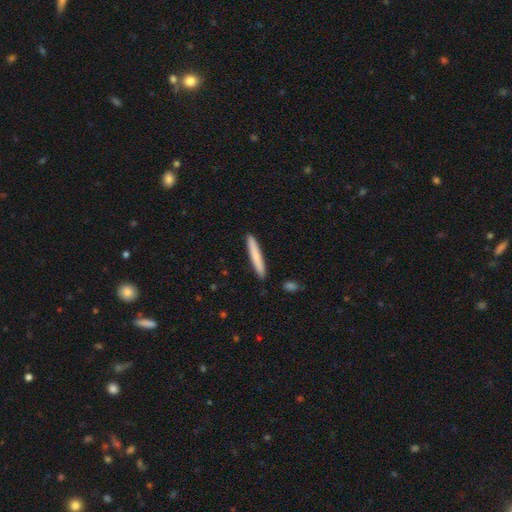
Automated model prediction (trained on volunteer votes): Morphology: type=smooth (77%); roundness=cigar-shaped (96%); merging=none (90%).